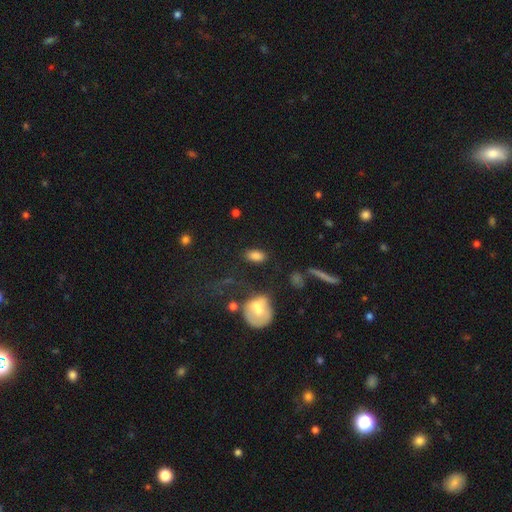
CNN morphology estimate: This appears to be a smooth galaxy with no disk features (83%) that is in between round and cigar-shaped (90%). Merging: none (77%).